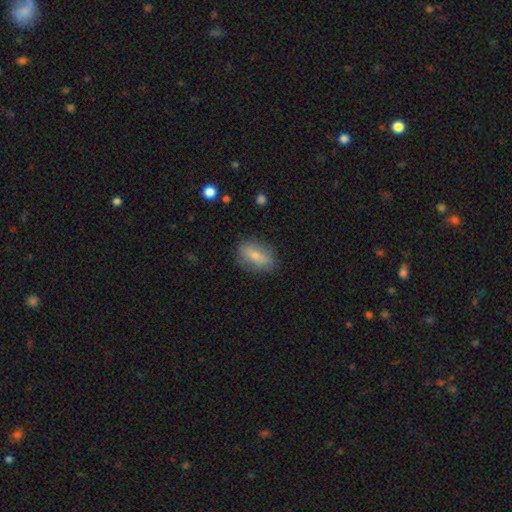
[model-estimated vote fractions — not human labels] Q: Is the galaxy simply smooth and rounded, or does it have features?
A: smooth — 65%.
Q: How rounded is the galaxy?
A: in between — 82%.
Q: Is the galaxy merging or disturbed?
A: none — 80%.